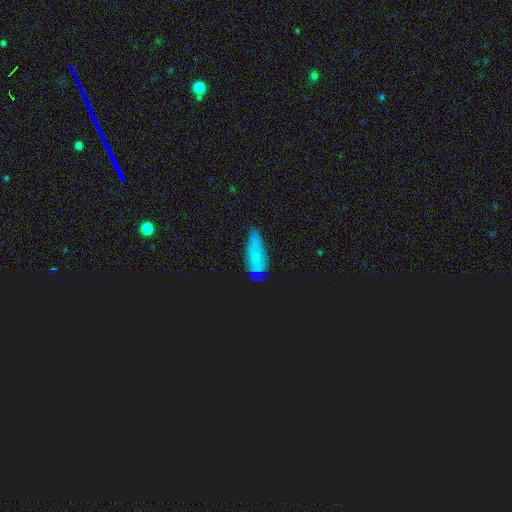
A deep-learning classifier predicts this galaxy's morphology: smooth_or_featured: smooth (p=0.46) [alt: star or artifact p=0.29]
merging: none (p=0.52) [alt: minor disturbance p=0.30]